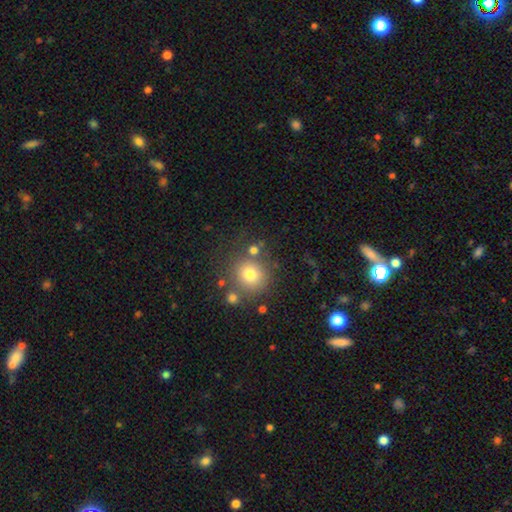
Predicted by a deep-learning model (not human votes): The model was most divided on "smooth or featured": smooth: 61%, star or artifact: 29%, featured or disk: 10%. More confident: how rounded — round (92%); merging — none (79%).